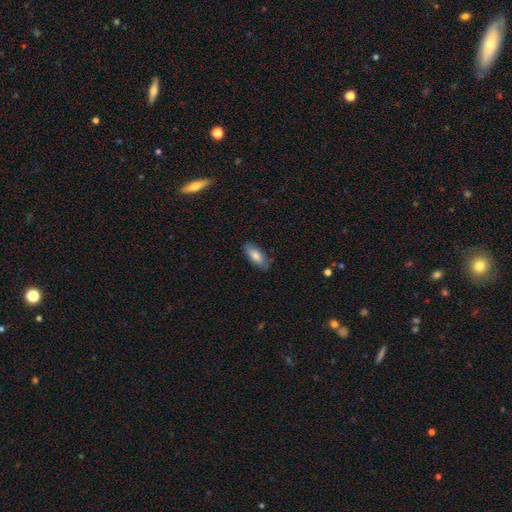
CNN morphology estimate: smooth_or_featured: smooth (p=0.81) [alt: featured or disk p=0.13]
how_rounded: in between (p=0.79) [alt: cigar-shaped p=0.19]
merging: none (p=0.81) [alt: minor disturbance p=0.15]